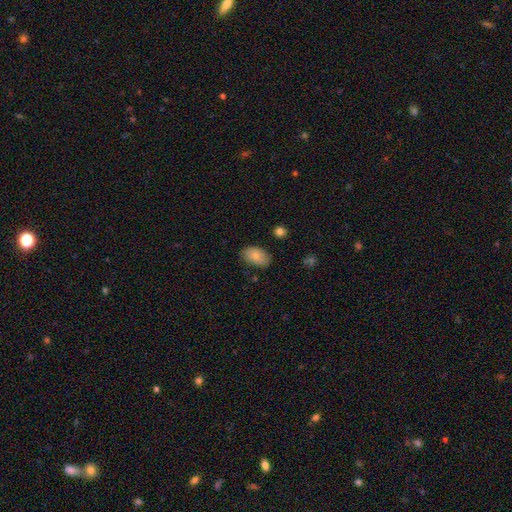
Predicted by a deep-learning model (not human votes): Smooth or featured?
  - smooth: 80% *
  - featured or disk: 13%
  - star or artifact: 7%
How rounded?
  - in between: 92% *
  - round: 6%
  - cigar-shaped: 1%
Merging?
  - none: 81% *
  - minor disturbance: 15%
  - major disturbance: 3%
  - merger: 2%